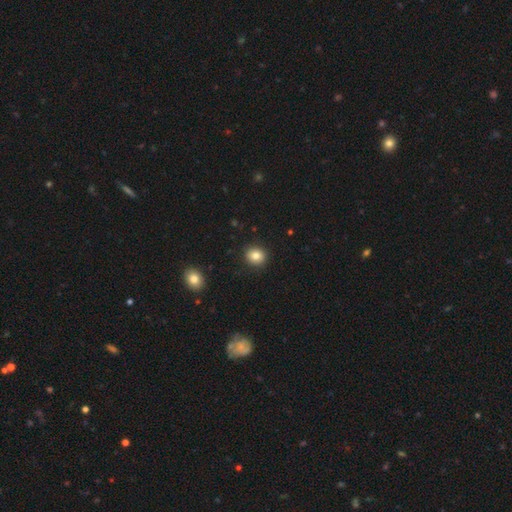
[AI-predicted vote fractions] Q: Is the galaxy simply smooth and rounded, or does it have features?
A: smooth — 83%.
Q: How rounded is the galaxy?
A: round — 75%.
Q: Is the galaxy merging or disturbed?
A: none — 90%.